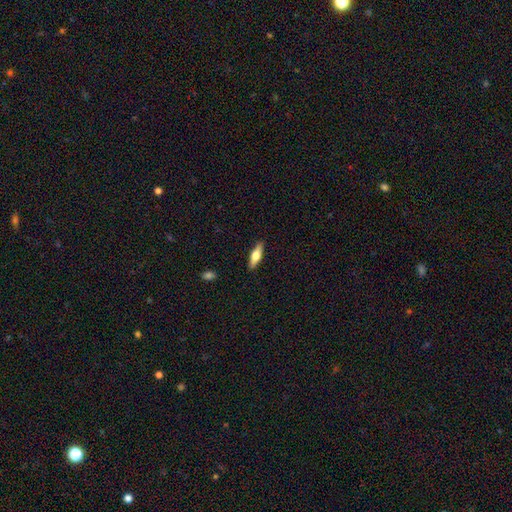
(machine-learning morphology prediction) smooth-or-featured: smooth: 51% | featured or disk: 43% | star or artifact: 6%
  how-rounded: cigar-shaped: 51% | in between: 47% | round: 3%
  merging: none: 89% | minor disturbance: 8% | major disturbance: 2% | merger: 1%